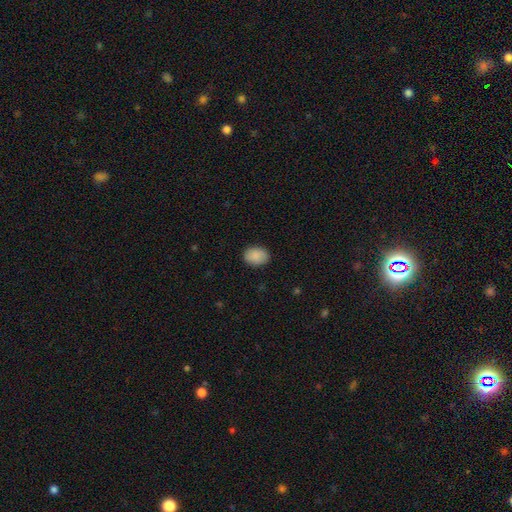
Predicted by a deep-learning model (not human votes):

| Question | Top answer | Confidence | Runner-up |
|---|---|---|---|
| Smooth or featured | smooth | 88% | star or artifact (7%) |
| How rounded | in between | 64% | round (35%) |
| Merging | none | 88% | minor disturbance (9%) |